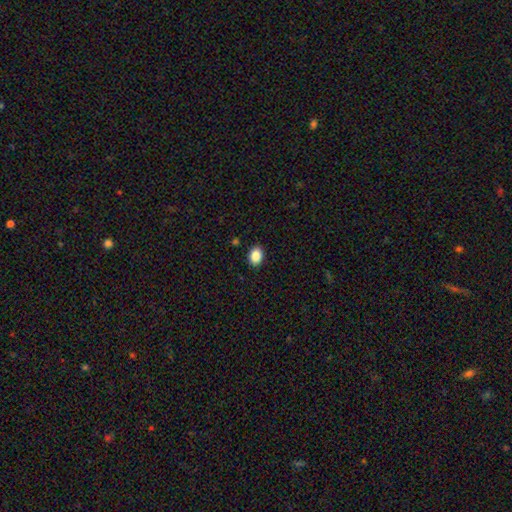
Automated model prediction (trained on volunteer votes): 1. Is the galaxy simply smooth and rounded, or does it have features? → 88% smooth, 8% star or artifact, 4% featured or disk.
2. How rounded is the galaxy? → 68% in between, 31% round, 1% cigar-shaped.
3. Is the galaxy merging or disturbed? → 90% none, 7% minor disturbance, 2% major disturbance, 1% merger.